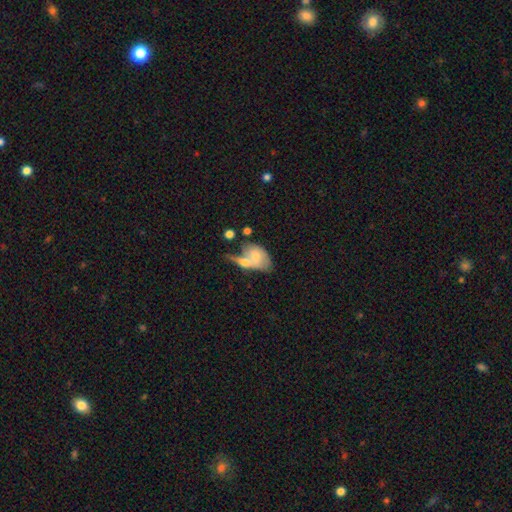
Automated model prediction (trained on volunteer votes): This is possibly a smooth galaxy (58%). How rounded: clearly in between (85%). Merging: possibly merger (55%).